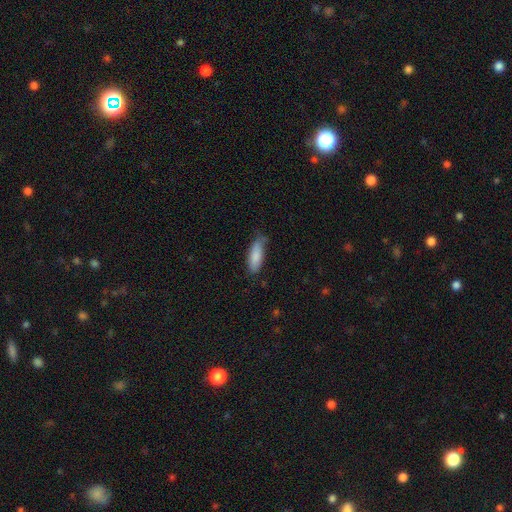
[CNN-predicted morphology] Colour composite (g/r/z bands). It shows a smooth galaxy with no disk features (86%) that is in between round and cigar-shaped (60%). Merging: none (63%).